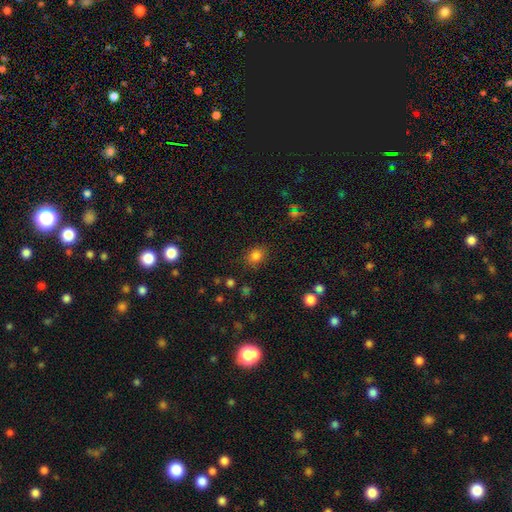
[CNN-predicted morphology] The model was most divided on "how rounded": round: 61%, in between: 38%, cigar-shaped: 1%. More confident: merging — none (82%); smooth or featured — smooth (81%).